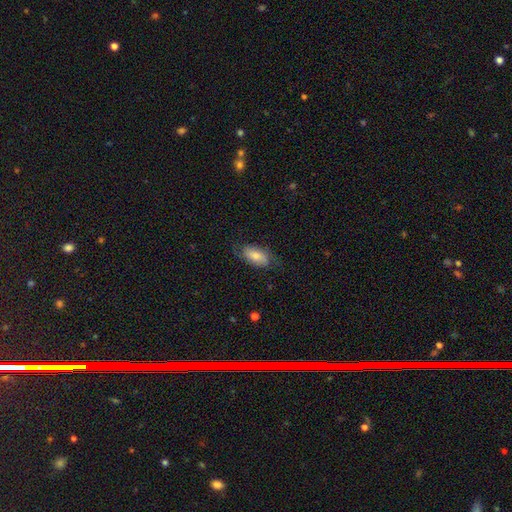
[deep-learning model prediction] Q: Smooth or featured?
A: smooth (62%); runner-up: featured or disk (31%)
Q: How rounded?
A: in between (91%); runner-up: cigar-shaped (5%)
Q: Merging?
A: none (67%); runner-up: minor disturbance (23%)